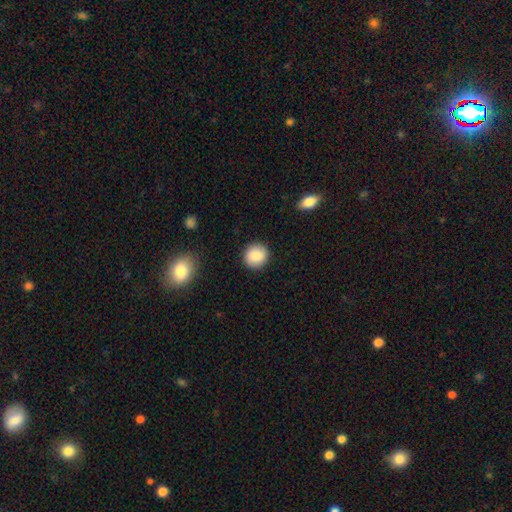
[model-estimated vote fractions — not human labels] smooth 87%, star or artifact 8%, featured or disk 6%. Down the decision tree: how rounded — round (88%); merging — none (90%).